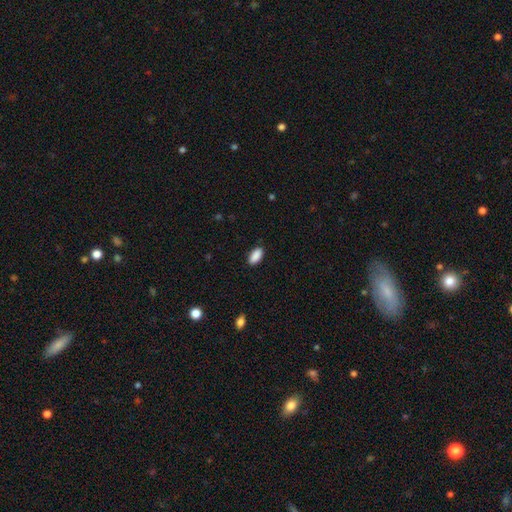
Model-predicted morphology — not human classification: smooth 90%, star or artifact 7%, featured or disk 3%. Down the decision tree: how rounded — in between (92%); merging — none (88%).